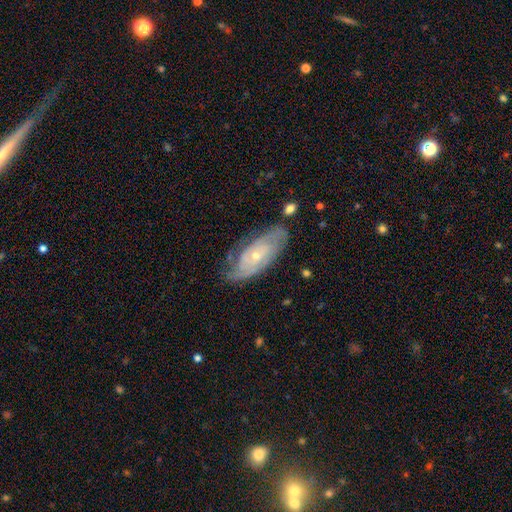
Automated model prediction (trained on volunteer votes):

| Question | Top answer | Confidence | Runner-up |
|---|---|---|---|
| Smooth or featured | featured or disk | 82% | smooth (12%) |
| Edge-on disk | no | 92% | yes (8%) |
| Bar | no | 75% | weak (20%) |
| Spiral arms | yes | 93% | no (7%) |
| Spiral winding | tight | 65% | medium (28%) |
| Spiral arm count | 2 | 39% | can't tell (32%) |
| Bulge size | small | 70% | moderate (26%) |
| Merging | none | 73% | minor disturbance (19%) |